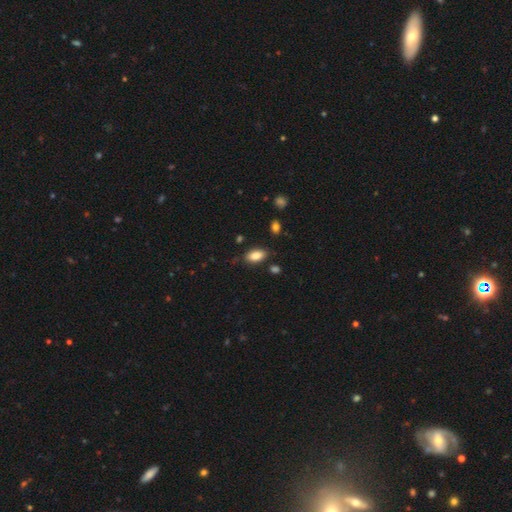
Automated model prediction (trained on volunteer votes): A smooth galaxy with no disk features (86%) that is in between round and cigar-shaped (91%).

Vote fractions:
- Smooth or featured? smooth: 86% / star or artifact: 8% / featured or disk: 6%
- How rounded? in between: 91% / cigar-shaped: 5% / round: 4%
- Merging? none: 82% / minor disturbance: 13% / major disturbance: 3% / merger: 2%